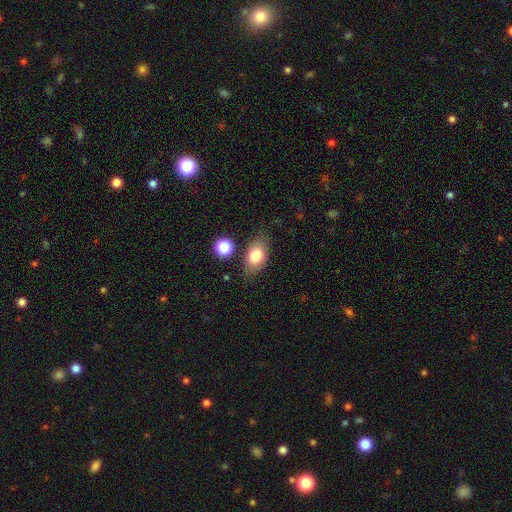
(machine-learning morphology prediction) smooth 78%, featured or disk 14%, star or artifact 8%. Down the decision tree: how rounded — in between (85%); merging — none (74%).